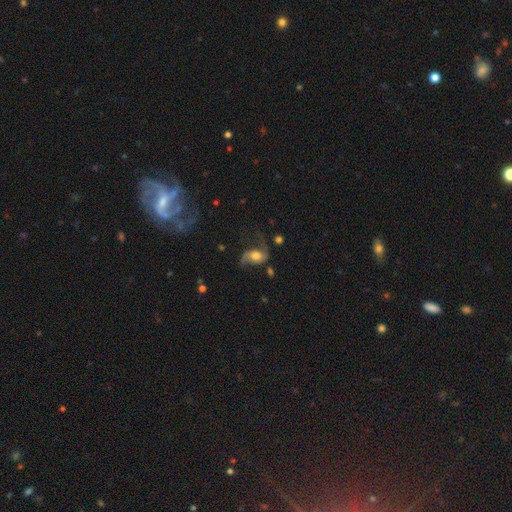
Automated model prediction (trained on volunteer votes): Q: Smooth or featured?
A: featured or disk (71%); runner-up: smooth (21%)
Q: Edge-on disk?
A: no (96%); runner-up: yes (4%)
Q: Bar?
A: no (57%); runner-up: weak (32%)
Q: Spiral arms?
A: yes (91%); runner-up: no (9%)
Q: Spiral winding?
A: loose (71%); runner-up: medium (24%)
Q: Spiral arm count?
A: 2 (85%); runner-up: 1 (8%)
Q: Bulge size?
A: moderate (56%); runner-up: large (24%)
Q: Merging?
A: none (51%); runner-up: major disturbance (26%)